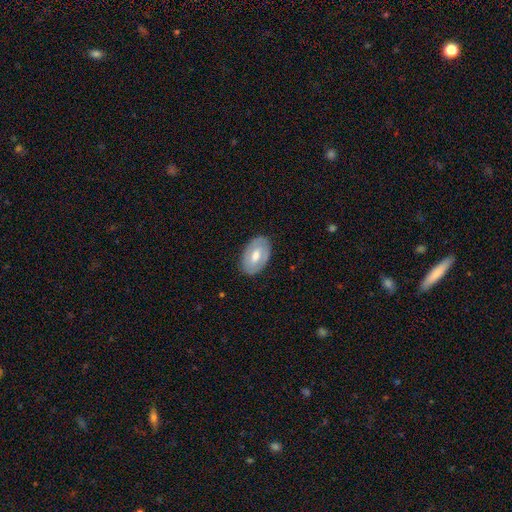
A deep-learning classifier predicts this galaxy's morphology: smooth 54%, featured or disk 40%, star or artifact 6%. Down the decision tree: how rounded — in between (91%); merging — none (85%).